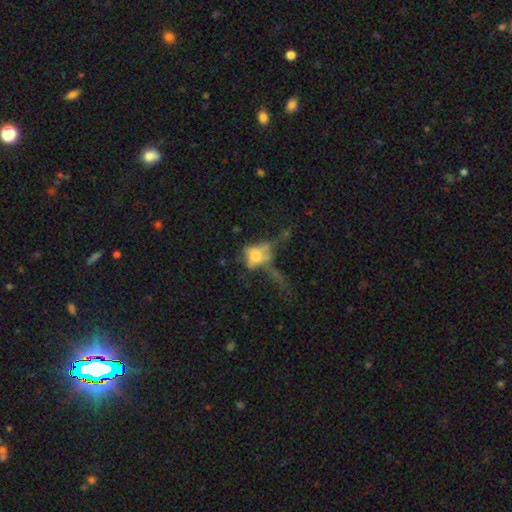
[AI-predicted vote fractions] Smooth or featured? smooth (47%)
Merging? major disturbance (47%)